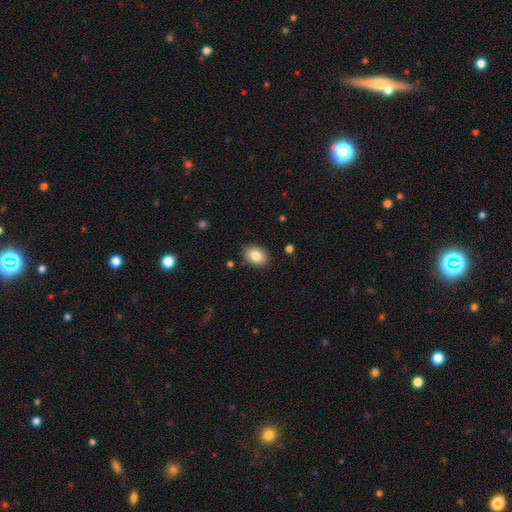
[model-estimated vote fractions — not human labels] Morphology: type=smooth (84%); roundness=in between (69%); merging=none (86%).